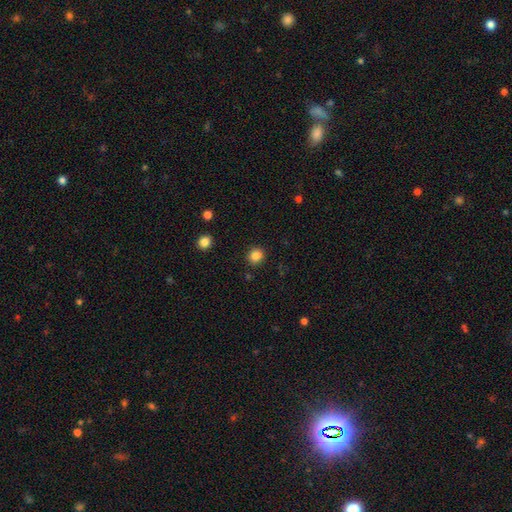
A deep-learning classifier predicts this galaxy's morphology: Smooth or featured: smooth — 86% (star or artifact — 11%)
How rounded: round — 84% (in between — 16%)
Merging: none — 88% (minor disturbance — 8%)